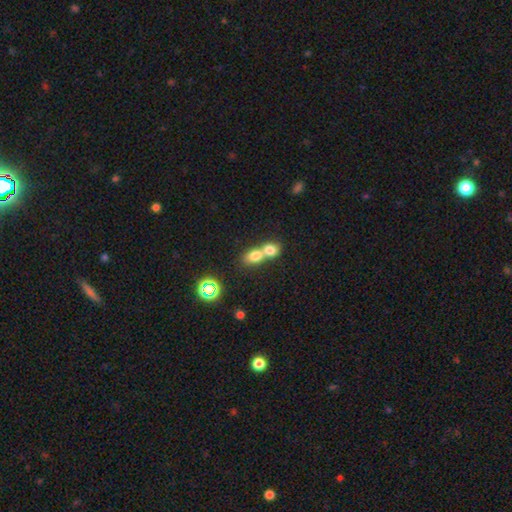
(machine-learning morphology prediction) Smooth or featured?
  - smooth: 73% *
  - featured or disk: 14%
  - star or artifact: 14%
How rounded?
  - in between: 58% *
  - round: 40%
  - cigar-shaped: 3%
Merging?
  - merger: 72% *
  - none: 21%
  - minor disturbance: 5%
  - major disturbance: 3%